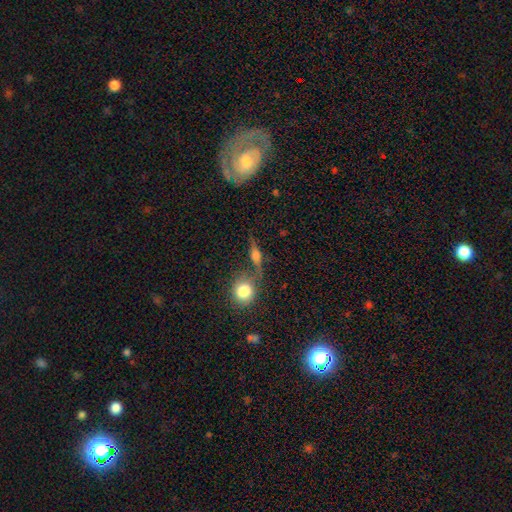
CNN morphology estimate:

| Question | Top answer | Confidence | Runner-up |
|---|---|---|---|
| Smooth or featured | smooth | 43% | featured or disk (41%) |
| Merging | none | 59% | merger (18%) |